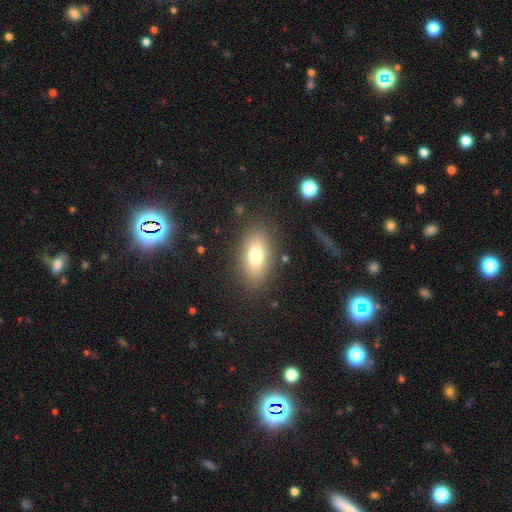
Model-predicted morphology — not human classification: This is likely a smooth galaxy (73%). How rounded: clearly in between (86%). Merging: clearly none (84%).